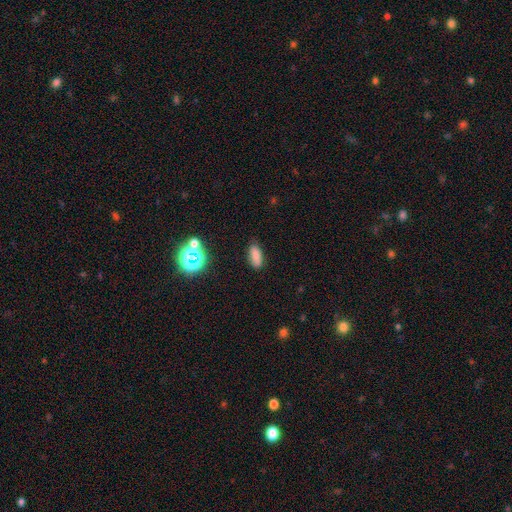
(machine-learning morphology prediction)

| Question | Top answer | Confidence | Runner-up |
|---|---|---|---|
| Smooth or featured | smooth | 79% | star or artifact (14%) |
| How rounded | in between | 79% | cigar-shaped (16%) |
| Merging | none | 83% | minor disturbance (12%) |